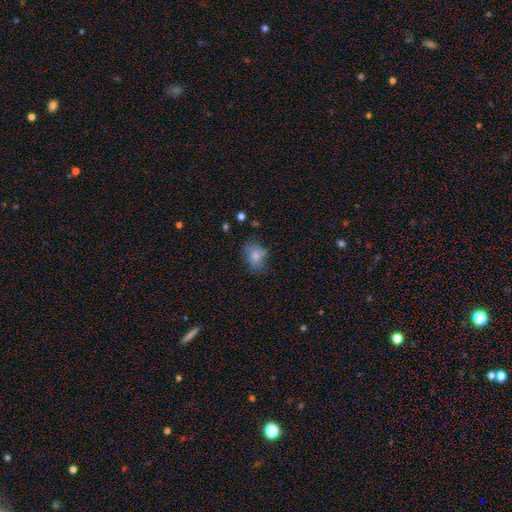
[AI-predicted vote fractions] Smooth or featured?
  - smooth: 76% *
  - featured or disk: 14%
  - star or artifact: 10%
How rounded?
  - in between: 54% *
  - round: 45%
  - cigar-shaped: 1%
Merging?
  - none: 60% *
  - minor disturbance: 27%
  - major disturbance: 11%
  - merger: 2%